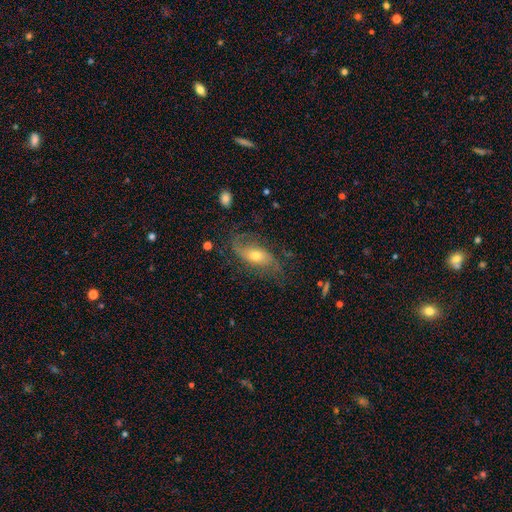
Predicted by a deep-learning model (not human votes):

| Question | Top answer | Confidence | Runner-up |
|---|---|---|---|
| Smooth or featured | featured or disk | 68% | smooth (24%) |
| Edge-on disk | no | 88% | yes (12%) |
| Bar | no | 59% | weak (29%) |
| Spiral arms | yes | 87% | no (13%) |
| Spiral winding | loose | 63% | medium (27%) |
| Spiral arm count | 2 | 78% | 1 (9%) |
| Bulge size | moderate | 60% | small (32%) |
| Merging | none | 61% | minor disturbance (22%) |